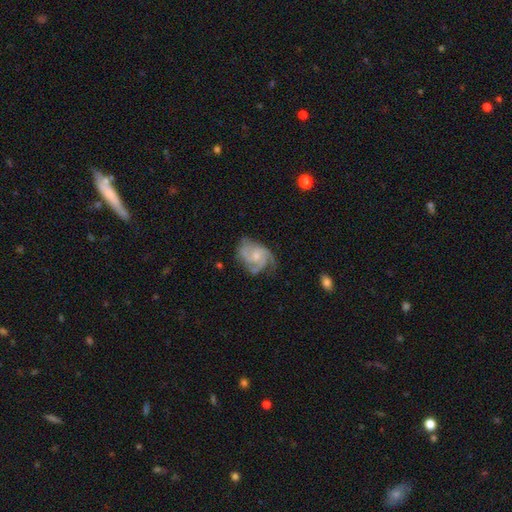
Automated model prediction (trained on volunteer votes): smooth_or_featured: featured or disk (p=0.85) [alt: smooth p=0.10]
disk_edge_on: no (p=0.98) [alt: yes p=0.02]
bar: no (p=0.66) [alt: weak p=0.30]
has_spiral_arms: yes (p=0.97) [alt: no p=0.03]
spiral_winding: medium (p=0.49) [alt: tight p=0.39]
spiral_arm_count: 3 (p=0.56) [alt: 2 p=0.17]
bulge_size: small (p=0.57) [alt: moderate p=0.35]
merging: none (p=0.62) [alt: minor disturbance p=0.25]